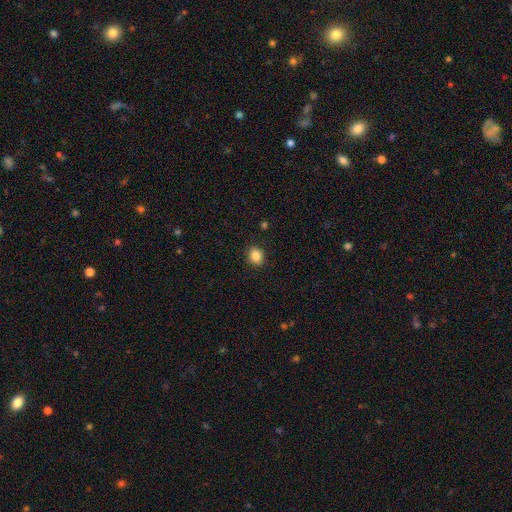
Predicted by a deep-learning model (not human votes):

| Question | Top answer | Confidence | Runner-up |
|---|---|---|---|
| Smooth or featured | smooth | 85% | star or artifact (10%) |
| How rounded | round | 64% | in between (35%) |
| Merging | none | 89% | minor disturbance (8%) |